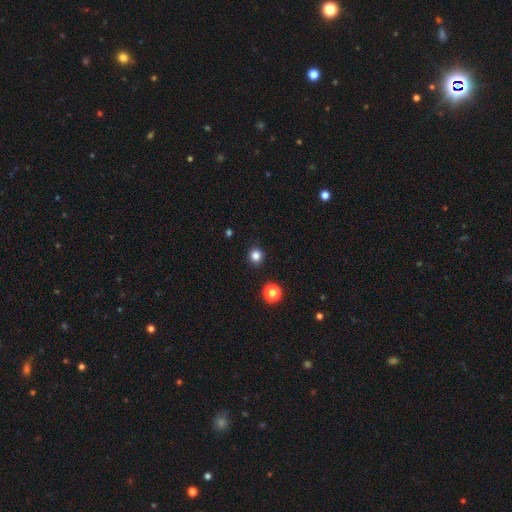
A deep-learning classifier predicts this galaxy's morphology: This is clearly a smooth galaxy (83%). How rounded: clearly round (92%). Merging: clearly none (92%).